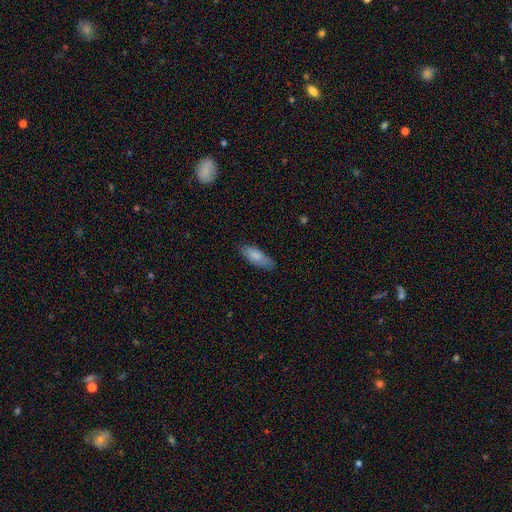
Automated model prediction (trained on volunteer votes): A smooth galaxy with no disk features (82%) that is in between round and cigar-shaped (72%).

Vote fractions:
- Smooth or featured? smooth: 82% / featured or disk: 12% / star or artifact: 6%
- How rounded? in between: 72% / cigar-shaped: 26% / round: 2%
- Merging? none: 78% / minor disturbance: 18% / major disturbance: 3% / merger: 1%